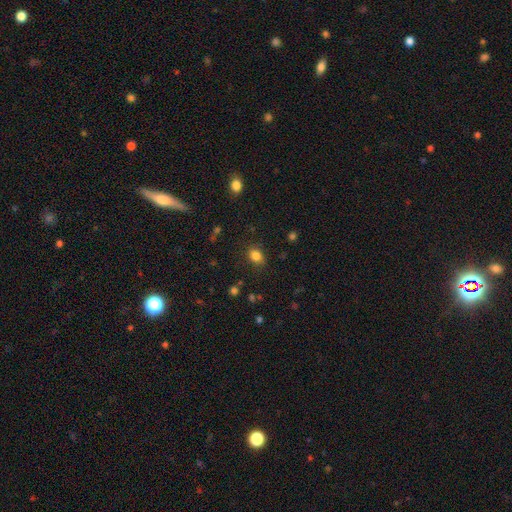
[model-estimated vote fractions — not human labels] A smooth galaxy with no disk features (83%) that is in between round and cigar-shaped (61%).

Vote fractions:
- Smooth or featured? smooth: 83% / star or artifact: 12% / featured or disk: 5%
- How rounded? in between: 61% / round: 38% / cigar-shaped: 1%
- Merging? none: 84% / minor disturbance: 11% / major disturbance: 3% / merger: 2%